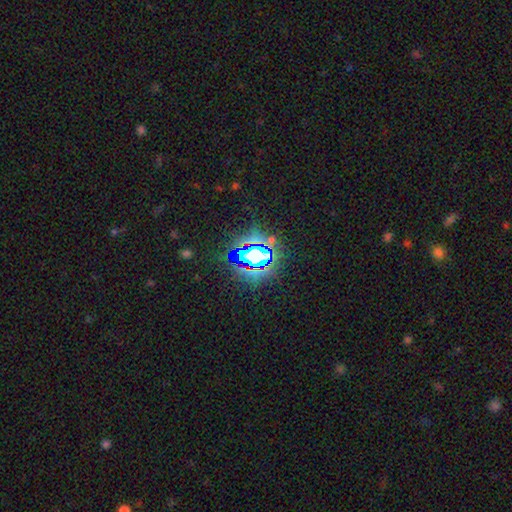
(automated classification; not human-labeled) smooth_or_featured: star or artifact (p=0.75) [alt: smooth p=0.14]